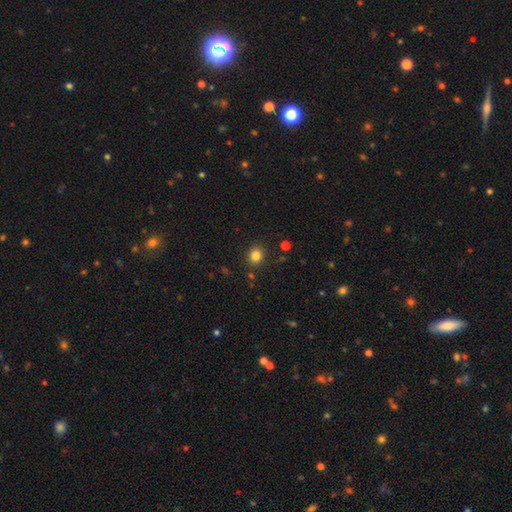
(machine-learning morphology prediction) smooth 82%, star or artifact 13%, featured or disk 5%. Down the decision tree: how rounded — round (72%); merging — none (87%).